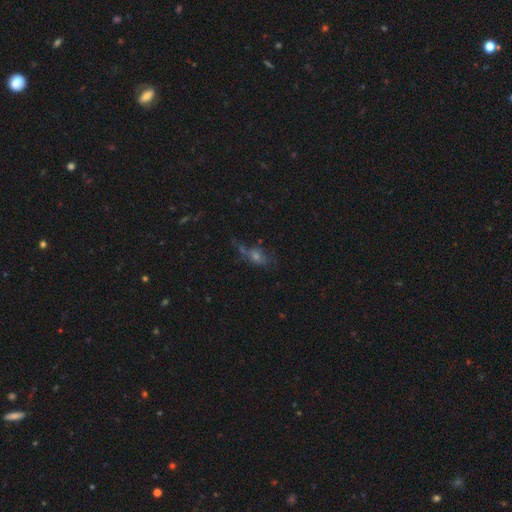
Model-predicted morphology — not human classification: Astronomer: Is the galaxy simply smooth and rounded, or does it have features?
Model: smooth — 38% (runner-up: star or artifact, 35%).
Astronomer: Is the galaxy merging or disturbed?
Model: none — 46%.